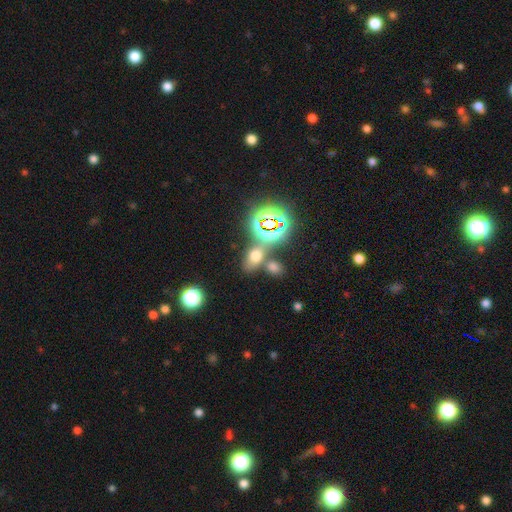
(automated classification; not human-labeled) smooth 54%, star or artifact 34%, featured or disk 12%. Down the decision tree: how rounded — in between (75%); merging — none (57%).